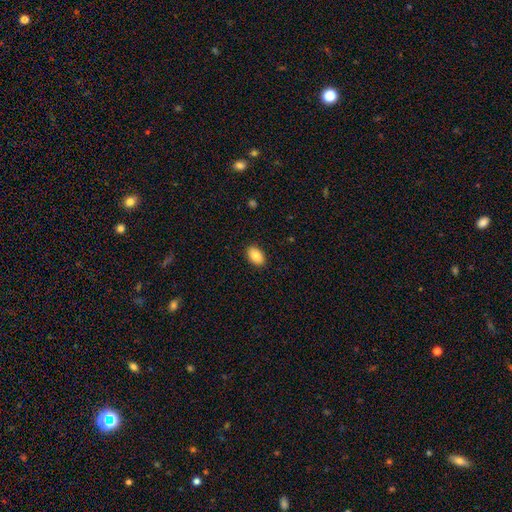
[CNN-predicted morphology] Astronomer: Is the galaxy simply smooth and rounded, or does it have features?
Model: smooth — 86%.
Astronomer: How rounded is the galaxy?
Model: in between — 91%.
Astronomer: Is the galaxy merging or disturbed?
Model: none — 90%.